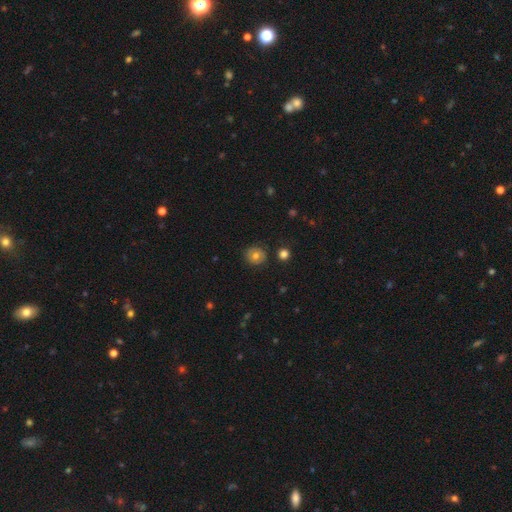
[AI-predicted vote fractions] A smooth galaxy with no disk features (71%) that is round (86%). Merging: none (86%).